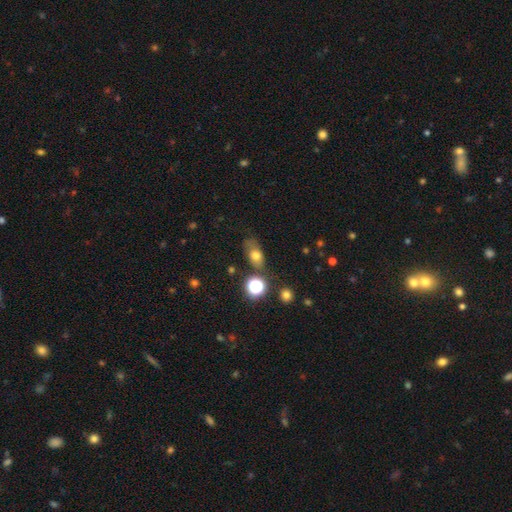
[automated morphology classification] This appears to be a smooth galaxy with no disk features (71%) that is in between round and cigar-shaped (73%). Merging: none (61%).